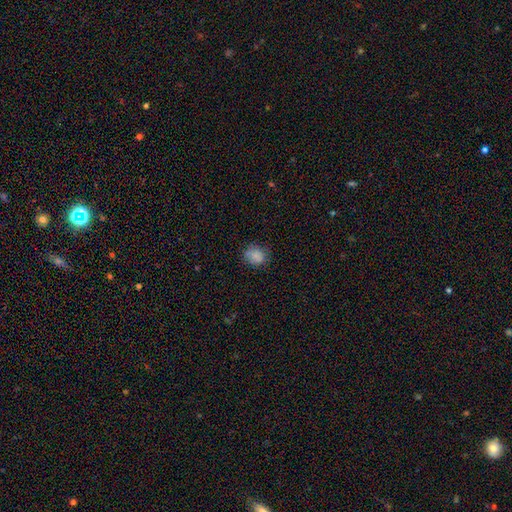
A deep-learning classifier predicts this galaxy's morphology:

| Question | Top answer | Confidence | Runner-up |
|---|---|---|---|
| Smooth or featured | smooth | 81% | star or artifact (11%) |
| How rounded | round | 70% | in between (30%) |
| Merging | none | 73% | minor disturbance (20%) |